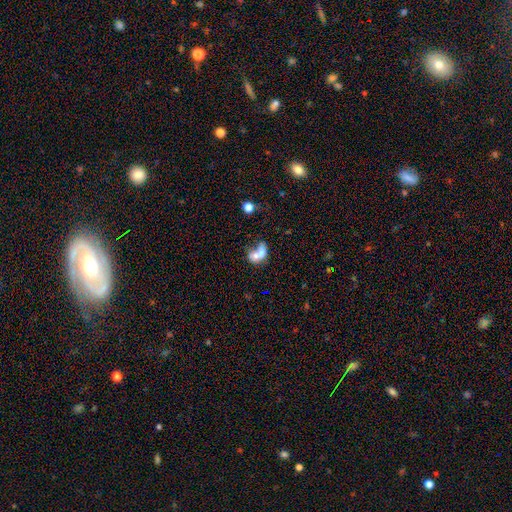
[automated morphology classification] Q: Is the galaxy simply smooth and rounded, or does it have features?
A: smooth — 61%.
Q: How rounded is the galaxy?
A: in between — 66%.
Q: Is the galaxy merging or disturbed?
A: merger — 69%.